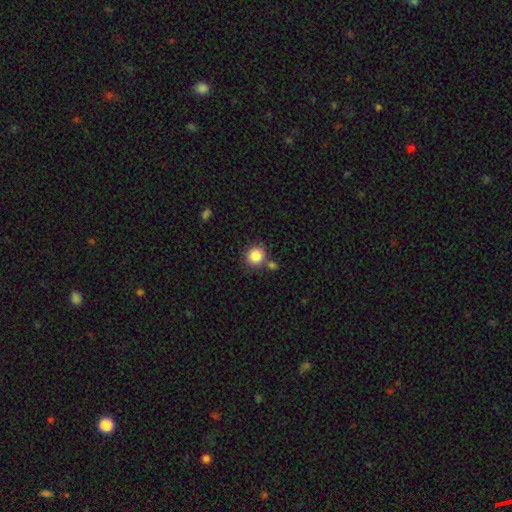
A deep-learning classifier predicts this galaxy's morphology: smooth 85%, star or artifact 9%, featured or disk 6%. Down the decision tree: how rounded — round (85%); merging — none (71%).